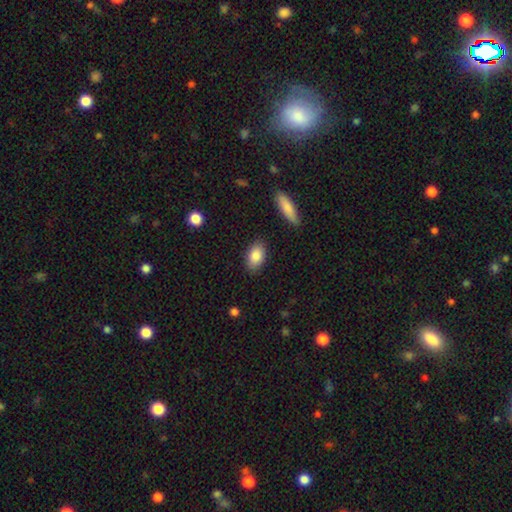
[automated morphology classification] This is clearly a smooth galaxy (85%). How rounded: clearly in between (90%). Merging: clearly none (85%).